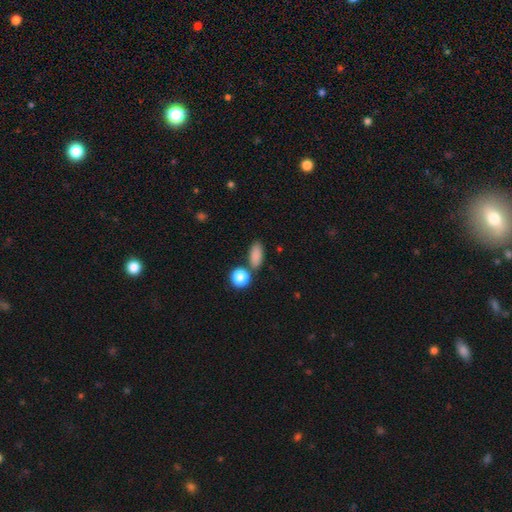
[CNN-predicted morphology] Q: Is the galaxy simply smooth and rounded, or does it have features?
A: smooth — 86%.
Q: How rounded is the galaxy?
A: in between — 79%.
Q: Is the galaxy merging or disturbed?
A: none — 70%.